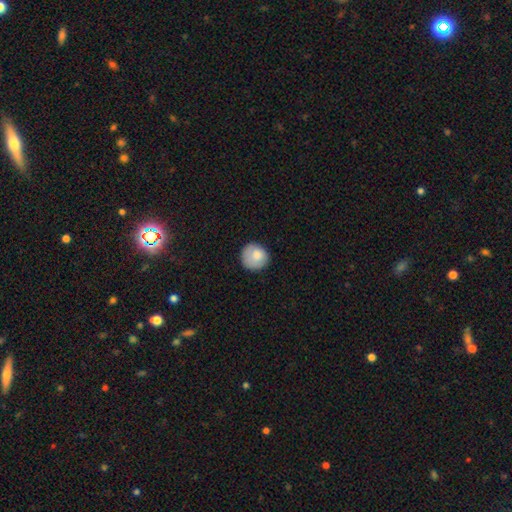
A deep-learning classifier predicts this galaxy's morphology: Smooth or featured: smooth — 81% (featured or disk — 12%)
How rounded: round — 89% (in between — 10%)
Merging: none — 75% (minor disturbance — 18%)